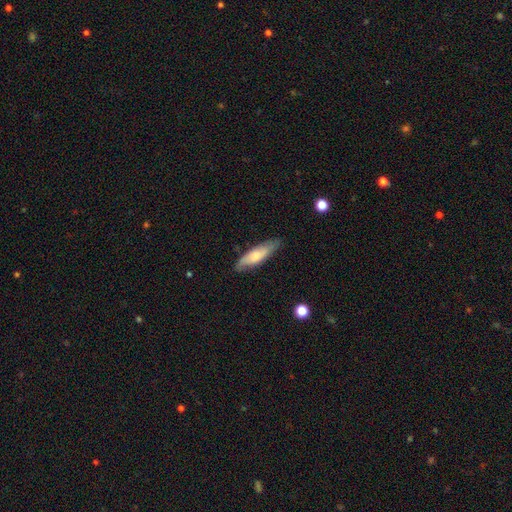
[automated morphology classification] This is likely a smooth galaxy (65%). How rounded: possibly cigar-shaped (59%). Merging: clearly none (80%).